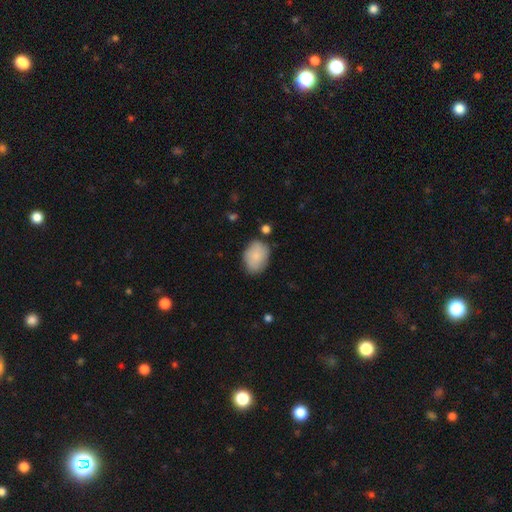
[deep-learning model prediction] The model was most divided on "how rounded": in between: 77%, round: 22%, cigar-shaped: 1%. More confident: smooth or featured — smooth (84%); merging — none (74%).